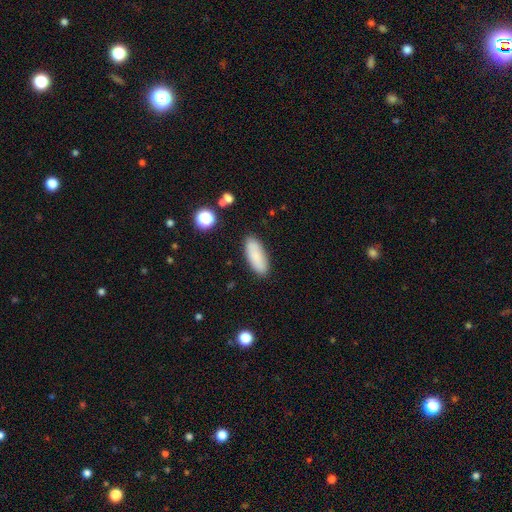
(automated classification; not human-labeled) This appears to be a smooth galaxy with no disk features (86%) that is in between round and cigar-shaped (75%). Merging: none (86%).